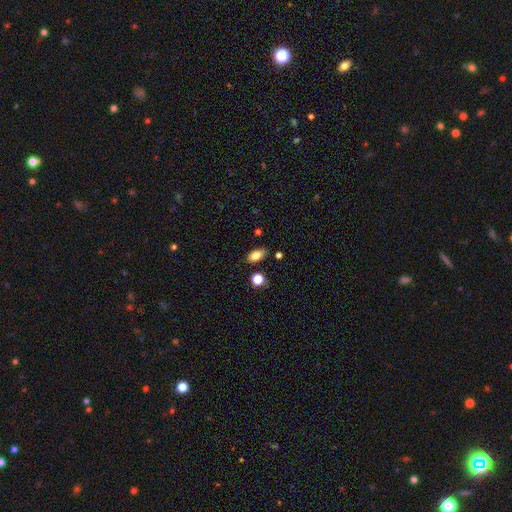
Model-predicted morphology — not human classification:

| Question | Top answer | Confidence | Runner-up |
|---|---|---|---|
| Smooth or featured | smooth | 81% | star or artifact (9%) |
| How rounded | in between | 87% | round (7%) |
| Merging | none | 82% | minor disturbance (11%) |